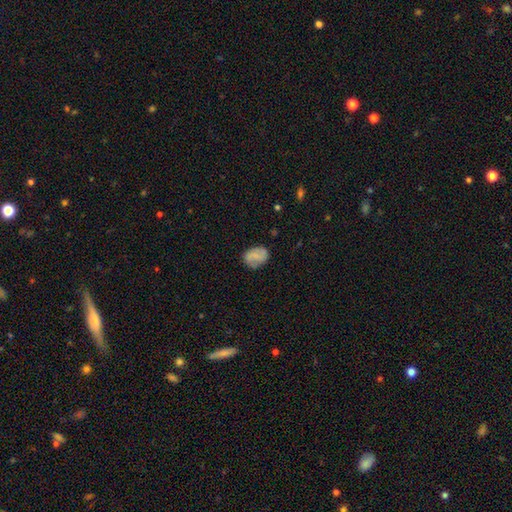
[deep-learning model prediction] smooth-or-featured: smooth: 54% | featured or disk: 37% | star or artifact: 9%
  how-rounded: in between: 67% | round: 32% | cigar-shaped: 1%
  merging: none: 73% | minor disturbance: 19% | major disturbance: 6% | merger: 2%